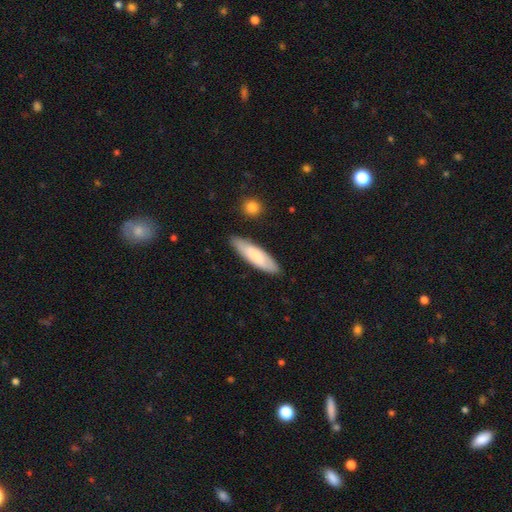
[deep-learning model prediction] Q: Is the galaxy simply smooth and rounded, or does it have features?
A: smooth — 74%.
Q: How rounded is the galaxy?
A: cigar-shaped — 61%.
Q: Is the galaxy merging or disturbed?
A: none — 86%.